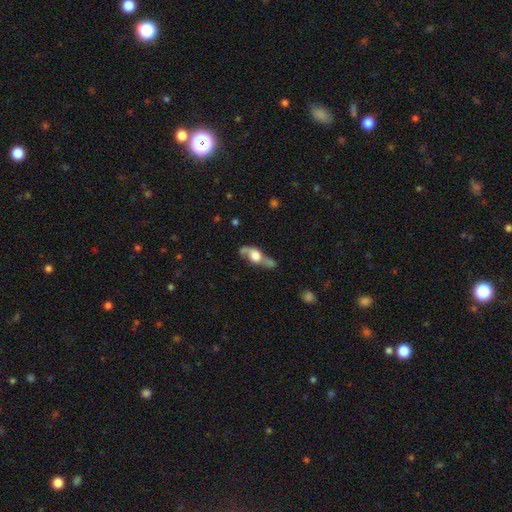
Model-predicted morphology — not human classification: Smooth or featured? featured or disk (56%)
Edge-on disk? no (52%)
Merging? none (45%)